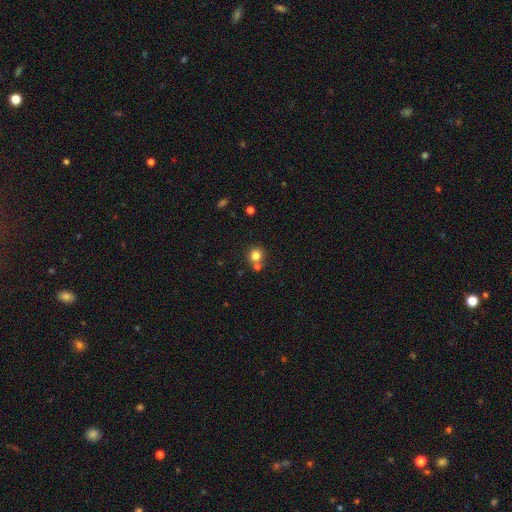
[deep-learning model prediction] Morphology: type=smooth (80%); roundness=round (89%); merging=none (65%).